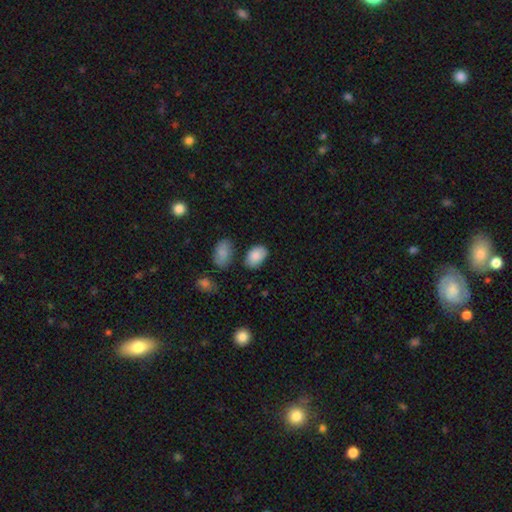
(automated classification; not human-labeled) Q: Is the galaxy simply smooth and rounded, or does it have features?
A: smooth — 85%.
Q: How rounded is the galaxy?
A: in between — 89%.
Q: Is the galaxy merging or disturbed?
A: none — 68%.